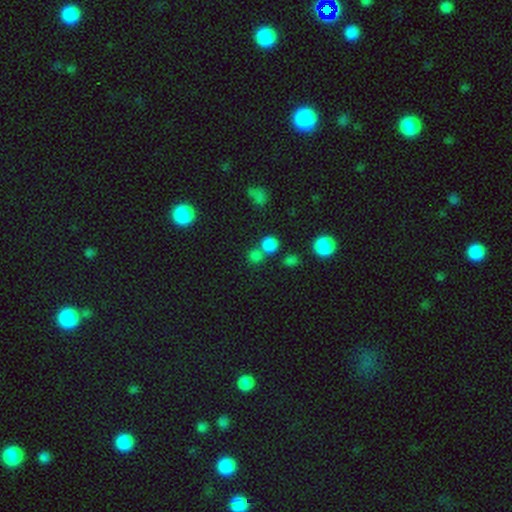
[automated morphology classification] Overall: smooth (75%). How rounded: round (86%). Merging: none (60%; merger 29%).